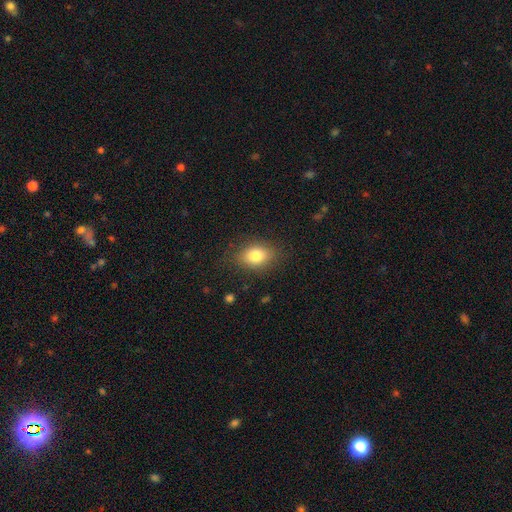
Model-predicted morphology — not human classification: Overall: smooth (80%). How rounded: in between (73%). Merging: none (82%).